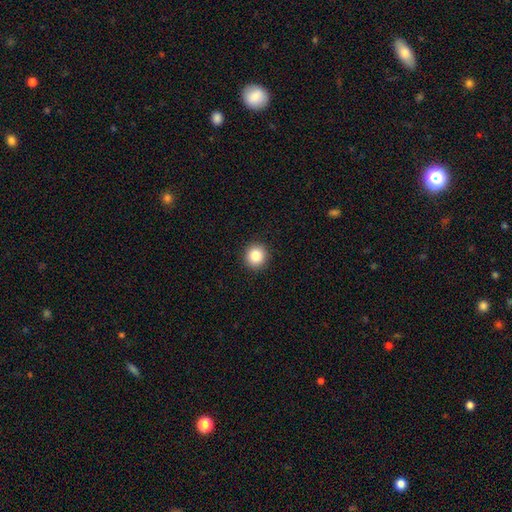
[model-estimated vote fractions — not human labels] Smooth or featured?
  - smooth: 85% *
  - star or artifact: 10%
  - featured or disk: 5%
How rounded?
  - round: 92% *
  - in between: 7%
  - cigar-shaped: 1%
Merging?
  - none: 93% *
  - minor disturbance: 5%
  - major disturbance: 2%
  - merger: 1%